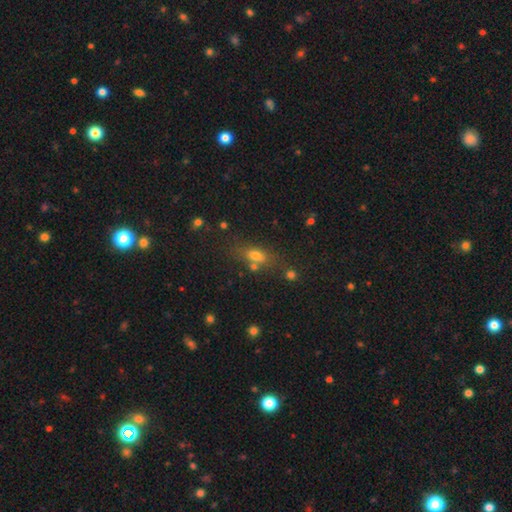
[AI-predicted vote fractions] A smooth galaxy with no disk features (66%) that is in between round and cigar-shaped (66%). Merging: none (64%).